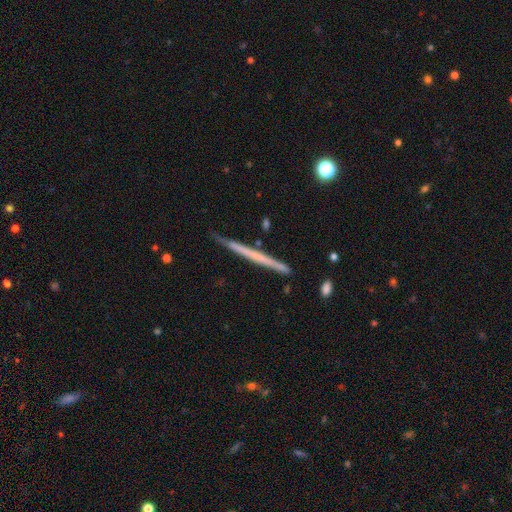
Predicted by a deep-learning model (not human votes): This appears to be a featured or disk galaxy (53%) viewed edge-on (97%) with no central bulge (90%). Merging: none (88%).